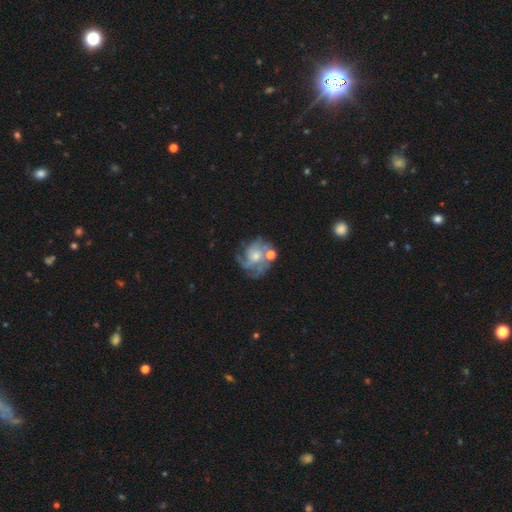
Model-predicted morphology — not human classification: type=featured or disk (78%); edge-on=no (98%); bar=no (77%); spiral arms=yes (91%); winding=tight (46%); arm count=3 (29%); bulge=small (46%); merging=none (55%).